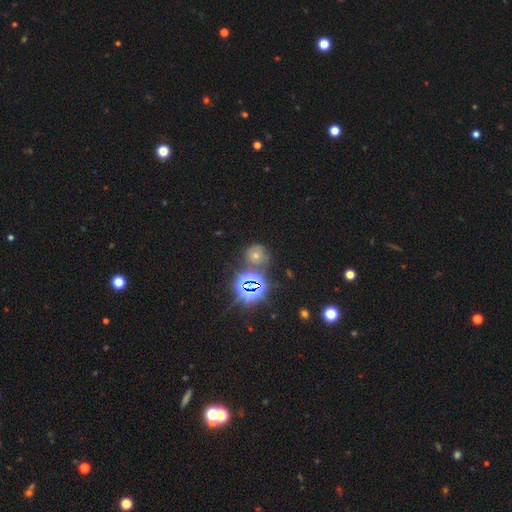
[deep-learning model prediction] Smooth or featured: star or artifact — 57% (smooth — 29%)